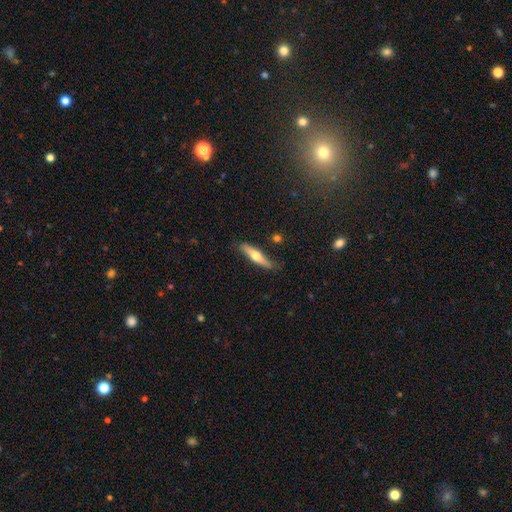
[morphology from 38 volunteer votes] Smooth or featured? smooth (50%)
How rounded? cigar-shaped (89%)
Merging? none (92%)